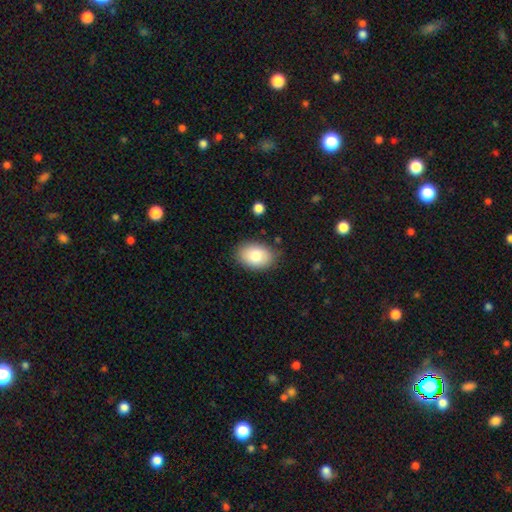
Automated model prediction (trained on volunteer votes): smooth 83%, featured or disk 10%, star or artifact 7%. Down the decision tree: how rounded — in between (84%); merging — none (82%).